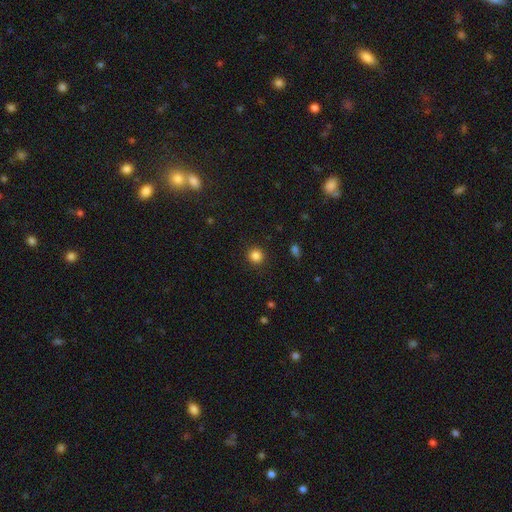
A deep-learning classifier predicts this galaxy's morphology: smooth-or-featured: smooth: 84% | star or artifact: 12% | featured or disk: 4%
  how-rounded: round: 92% | in between: 7% | cigar-shaped: 1%
  merging: none: 92% | minor disturbance: 5% | major disturbance: 2% | merger: 1%